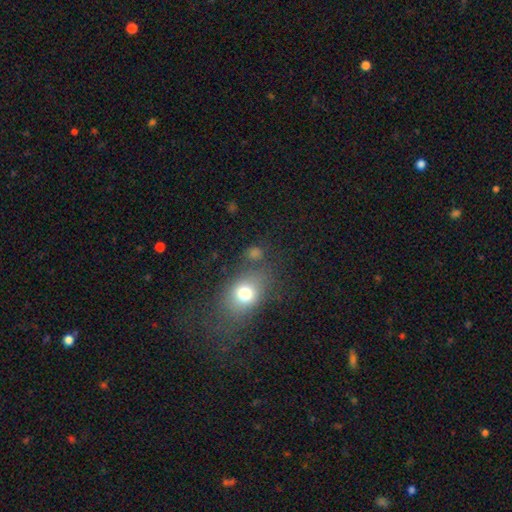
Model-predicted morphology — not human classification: A smooth galaxy with no disk features (71%) that is round (51%). Merging: none (64%).